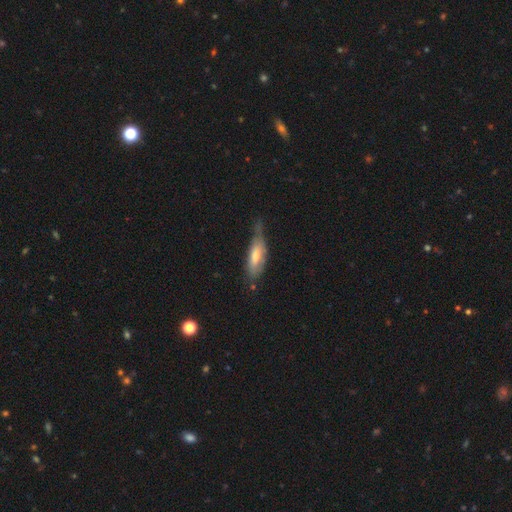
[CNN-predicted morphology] Smooth or featured?
  - smooth: 56% *
  - featured or disk: 37%
  - star or artifact: 7%
How rounded?
  - in between: 57% *
  - cigar-shaped: 41%
  - round: 2%
Merging?
  - none: 41% *
  - minor disturbance: 39%
  - major disturbance: 16%
  - merger: 4%